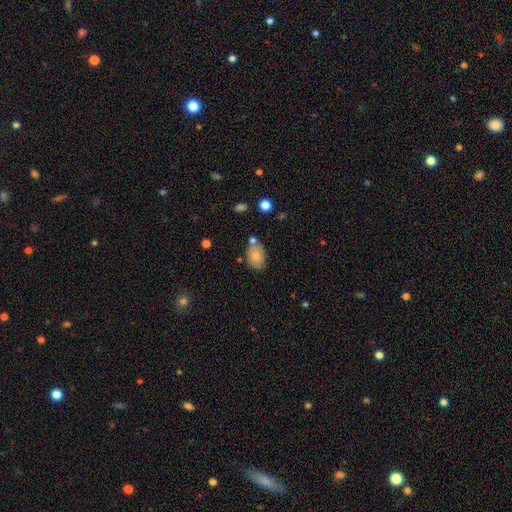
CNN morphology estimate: smooth-or-featured: smooth: 81% | featured or disk: 11% | star or artifact: 8%
  how-rounded: in between: 87% | round: 12% | cigar-shaped: 1%
  merging: none: 68% | minor disturbance: 18% | merger: 9% | major disturbance: 4%